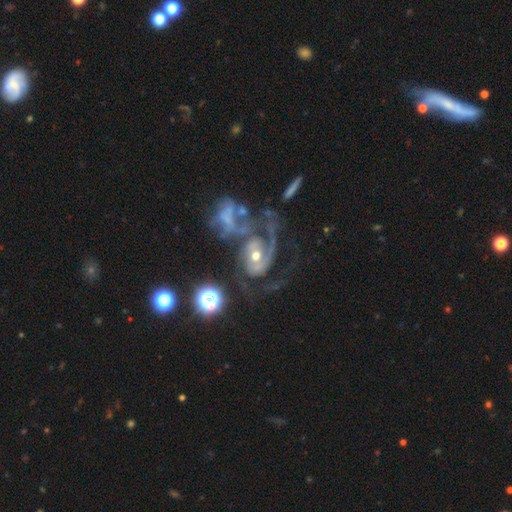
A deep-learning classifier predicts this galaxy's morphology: featured or disk 82%, smooth 9%, star or artifact 9%. Down the decision tree: edge-on disk — no (97%); bar — no (66%); spiral arms — yes (87%); spiral arm count — 2 (46%); spiral winding — medium (43%); bulge size — moderate (59%); merging — major disturbance (38%).